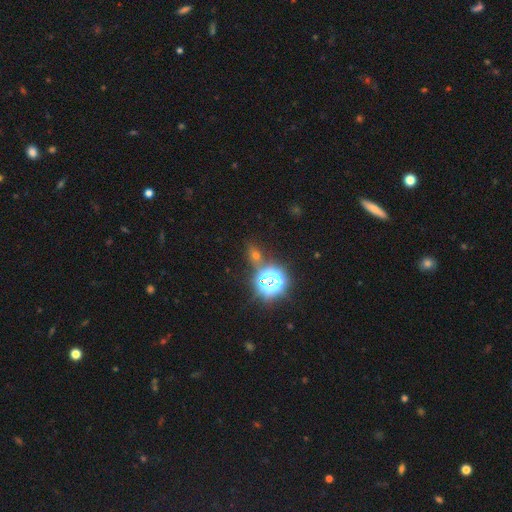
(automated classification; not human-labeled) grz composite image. It shows a star or artifact, not a galaxy (45%).